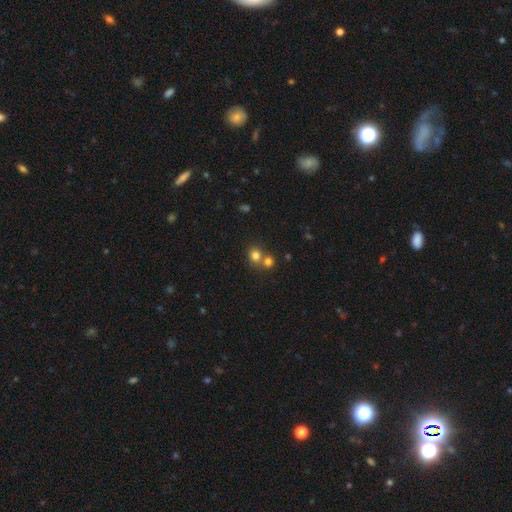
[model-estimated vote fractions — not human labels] Q: Smooth or featured?
A: smooth (78%); runner-up: star or artifact (14%)
Q: How rounded?
A: round (83%); runner-up: in between (16%)
Q: Merging?
A: none (49%); runner-up: merger (43%)